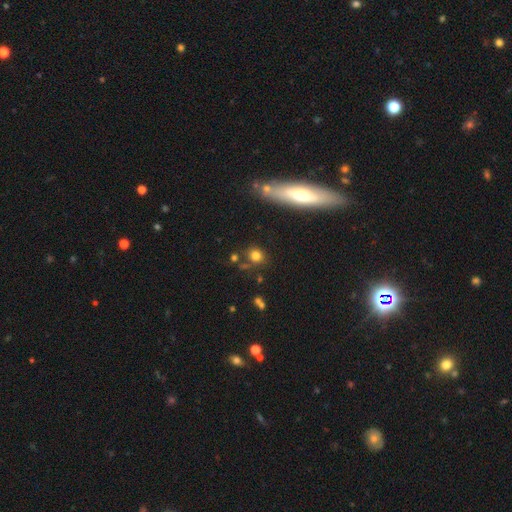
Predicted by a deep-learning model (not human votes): This appears to be a smooth galaxy with no disk features (76%) that is round (81%). Merging: none (75%).